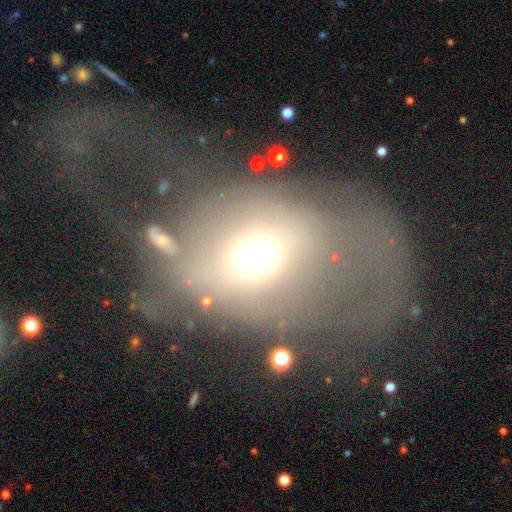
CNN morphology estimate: Smooth or featured? smooth (46%)
Merging? major disturbance (55%)